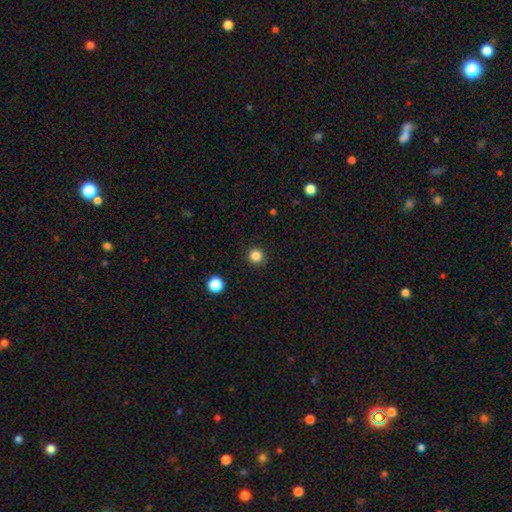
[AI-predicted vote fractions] smooth 84%, star or artifact 12%, featured or disk 4%. Down the decision tree: how rounded — round (96%); merging — none (92%).